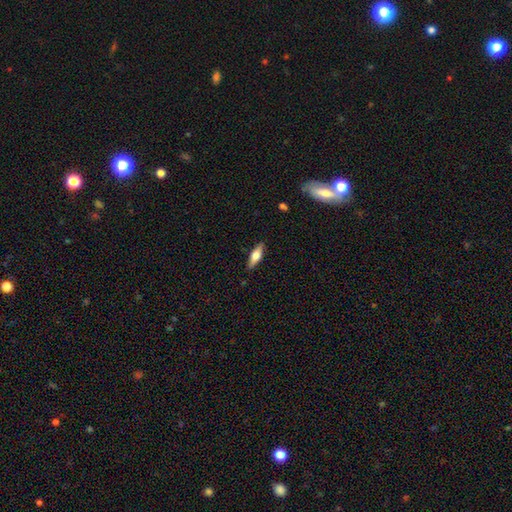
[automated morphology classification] This appears to be a smooth galaxy with no disk features (52%) that is in between round and cigar-shaped (50%). Merging: none (88%).